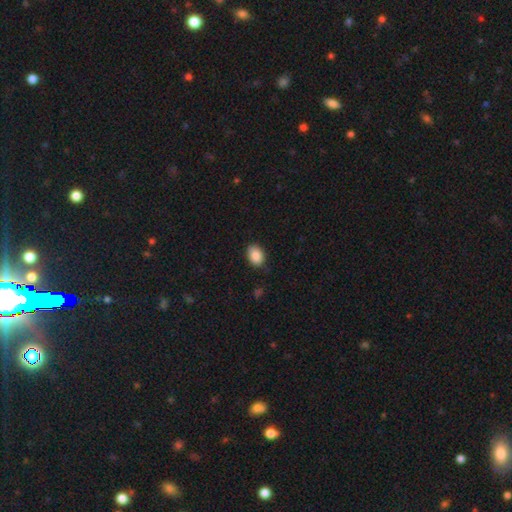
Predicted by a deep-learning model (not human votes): This appears to be a smooth galaxy with no disk features (88%) that is in between round and cigar-shaped (76%). Merging: none (85%).